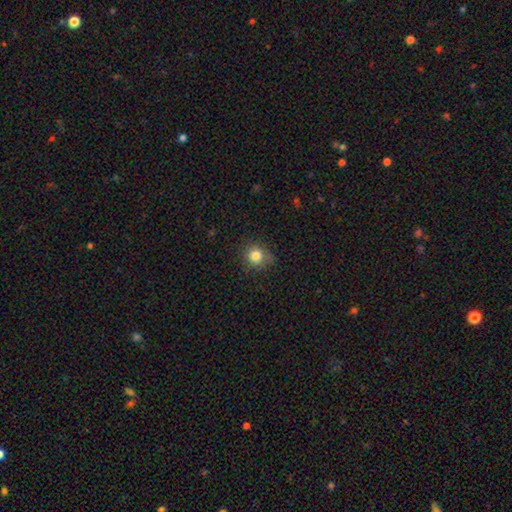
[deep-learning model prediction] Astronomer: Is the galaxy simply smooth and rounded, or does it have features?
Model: smooth — 82%.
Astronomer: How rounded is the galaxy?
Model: round — 84%.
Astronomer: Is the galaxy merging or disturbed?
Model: none — 73%.